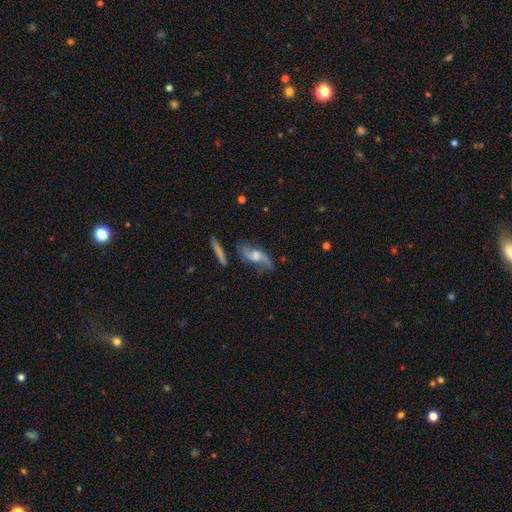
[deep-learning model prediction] featured or disk 80%, smooth 13%, star or artifact 6%. Down the decision tree: edge-on disk — no (91%); bar — no (51%); spiral arms — yes (95%); spiral arm count — 2 (91%); spiral winding — loose (77%); bulge size — moderate (50%); merging — none (68%).